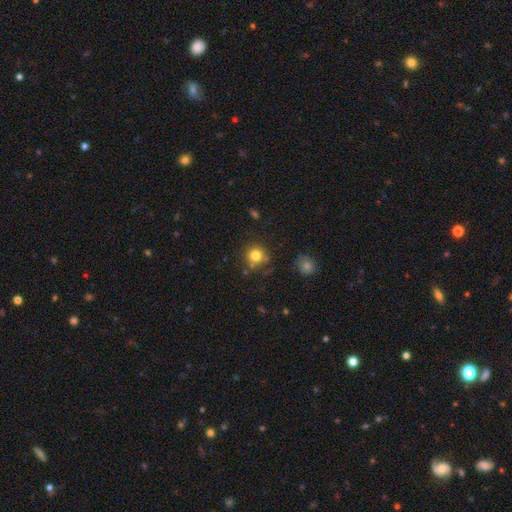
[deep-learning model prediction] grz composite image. It shows a smooth galaxy with no disk features (80%) that is round (92%). Merging: none (78%).